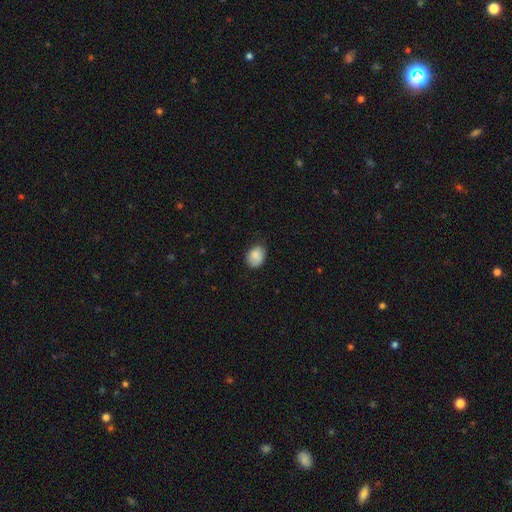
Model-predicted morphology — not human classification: This is clearly a smooth galaxy (87%). How rounded: possibly in between (57%). Merging: likely none (70%).